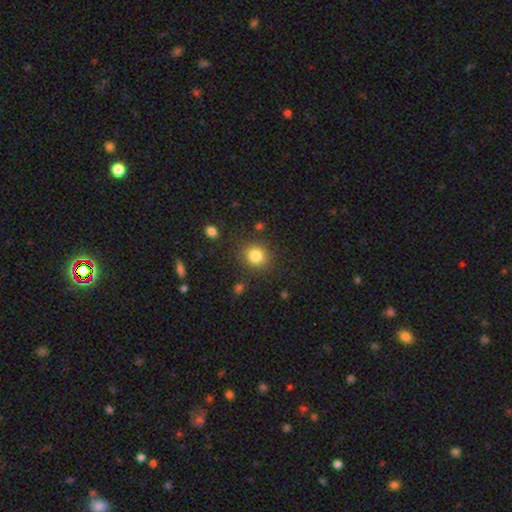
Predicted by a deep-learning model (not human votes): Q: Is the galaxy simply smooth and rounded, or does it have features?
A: smooth — 83%.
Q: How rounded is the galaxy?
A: round — 81%.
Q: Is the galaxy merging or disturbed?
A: none — 85%.